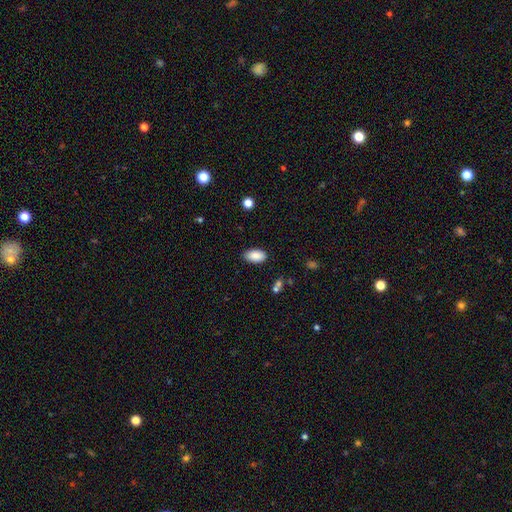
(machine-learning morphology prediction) This appears to be a smooth galaxy with no disk features (89%) that is in between round and cigar-shaped (94%). Merging: none (86%).